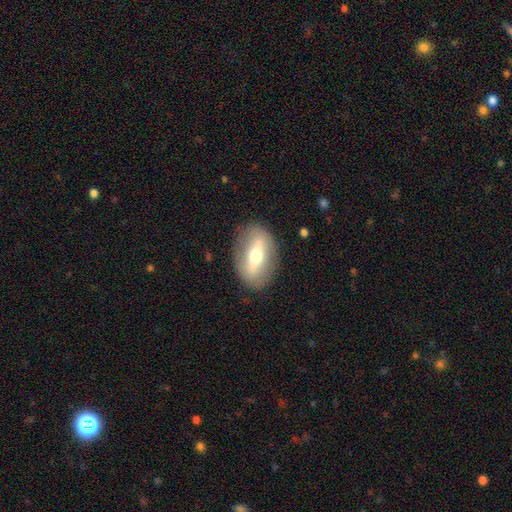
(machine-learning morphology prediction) This appears to be a featured or disk galaxy (53%). Merging: none (85%).